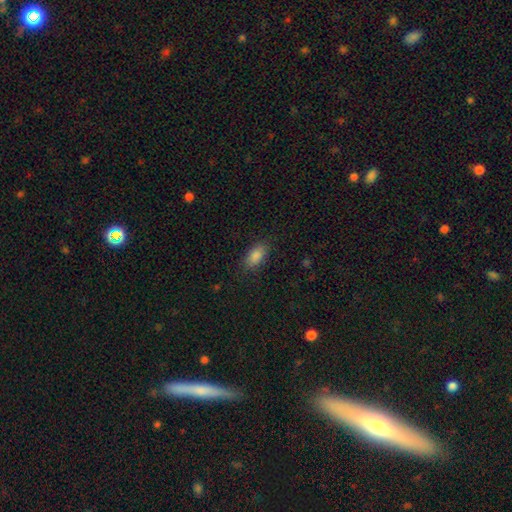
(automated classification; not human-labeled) smooth_or_featured: smooth (p=0.87) [alt: star or artifact p=0.08]
how_rounded: in between (p=0.90) [alt: cigar-shaped p=0.05]
merging: none (p=0.85) [alt: minor disturbance p=0.11]